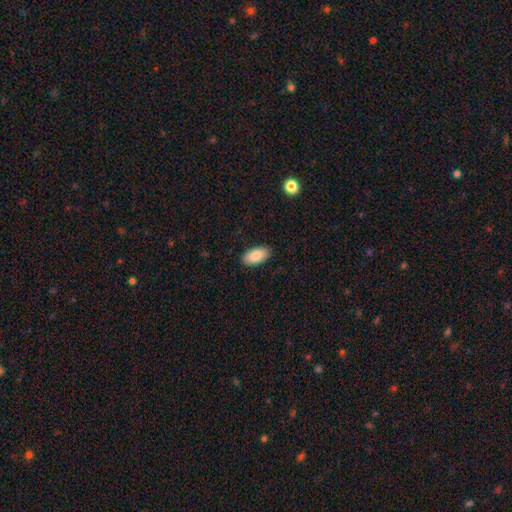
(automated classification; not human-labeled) smooth_or_featured: smooth (p=0.88) [alt: star or artifact p=0.06]
how_rounded: in between (p=0.95) [alt: cigar-shaped p=0.03]
merging: none (p=0.89) [alt: minor disturbance p=0.08]